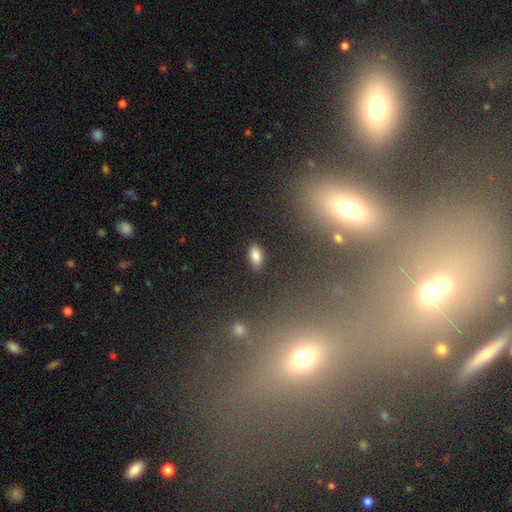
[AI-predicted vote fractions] Smooth or featured: smooth — 84% (star or artifact — 10%)
How rounded: in between — 92% (round — 5%)
Merging: none — 87% (minor disturbance — 9%)